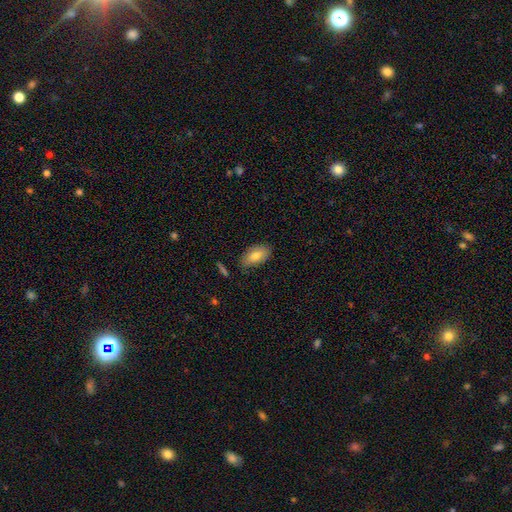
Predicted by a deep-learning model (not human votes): Q: Smooth or featured?
A: smooth (77%); runner-up: featured or disk (15%)
Q: How rounded?
A: in between (92%); runner-up: round (5%)
Q: Merging?
A: none (81%); runner-up: minor disturbance (14%)